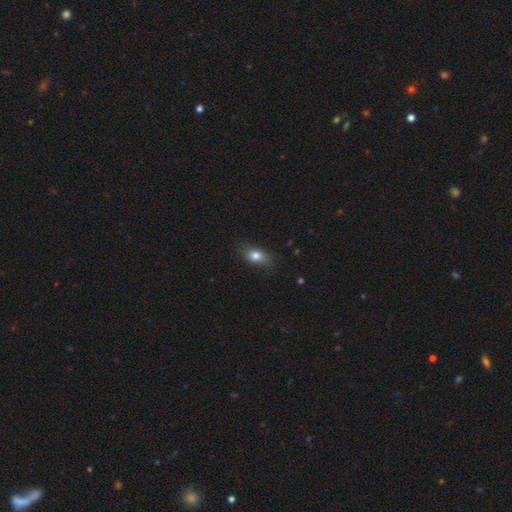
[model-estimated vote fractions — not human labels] Q: Smooth or featured?
A: smooth (78%); runner-up: featured or disk (12%)
Q: How rounded?
A: in between (78%); runner-up: round (16%)
Q: Merging?
A: none (80%); runner-up: minor disturbance (16%)